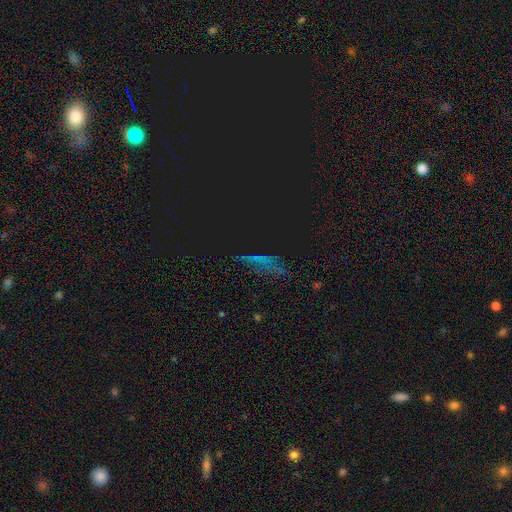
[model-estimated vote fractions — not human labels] star or artifact 66%, smooth 22%, featured or disk 12%.